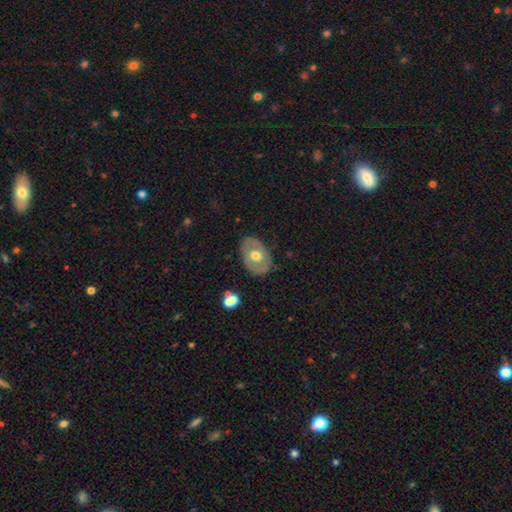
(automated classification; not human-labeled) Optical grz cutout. It shows a featured or disk galaxy (50%). Merging: none (81%).